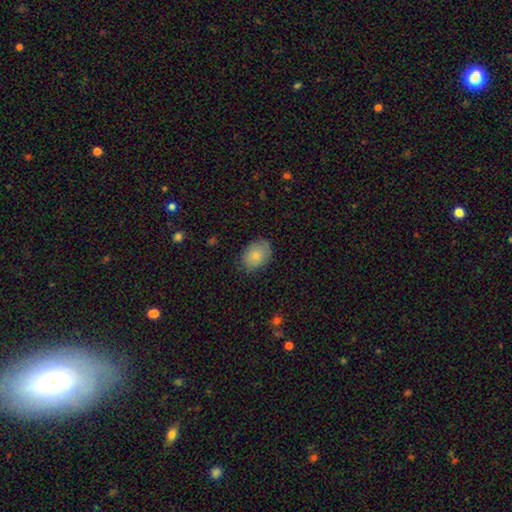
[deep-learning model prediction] Q: Smooth or featured?
A: smooth (81%); runner-up: featured or disk (11%)
Q: How rounded?
A: in between (73%); runner-up: round (26%)
Q: Merging?
A: none (80%); runner-up: minor disturbance (16%)